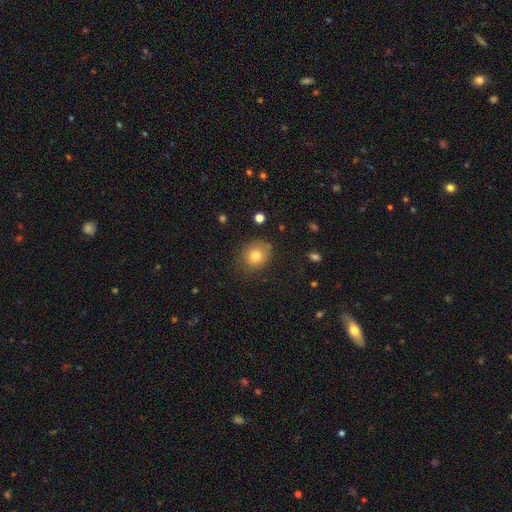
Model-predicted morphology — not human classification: A smooth galaxy with no disk features (80%) that is round (77%). Merging: none (77%).